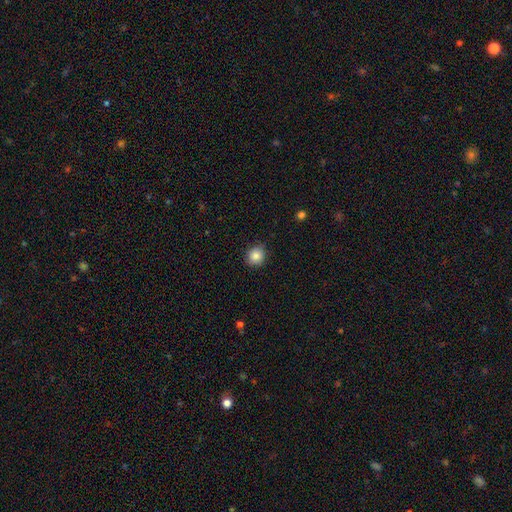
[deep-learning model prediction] Smooth or featured: smooth — 85% (star or artifact — 9%)
How rounded: round — 84% (in between — 15%)
Merging: none — 86% (minor disturbance — 11%)